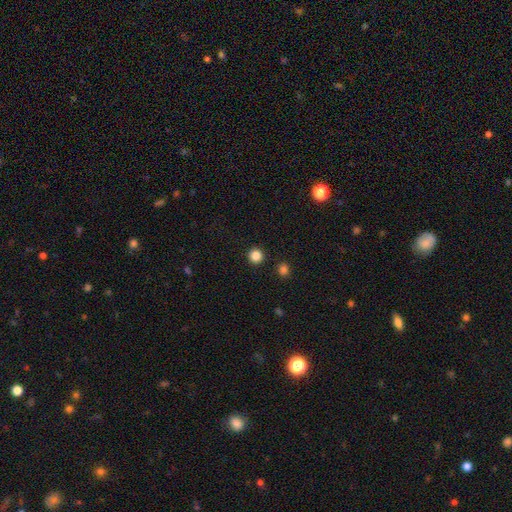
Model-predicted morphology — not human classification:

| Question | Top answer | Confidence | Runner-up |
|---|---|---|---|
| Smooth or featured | smooth | 85% | star or artifact (12%) |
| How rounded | round | 95% | in between (4%) |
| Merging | none | 92% | minor disturbance (4%) |